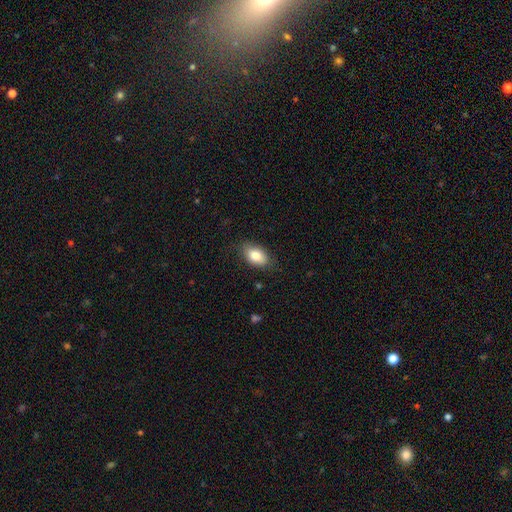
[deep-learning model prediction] This is clearly a smooth galaxy (82%). How rounded: clearly in between (90%). Merging: clearly none (81%).